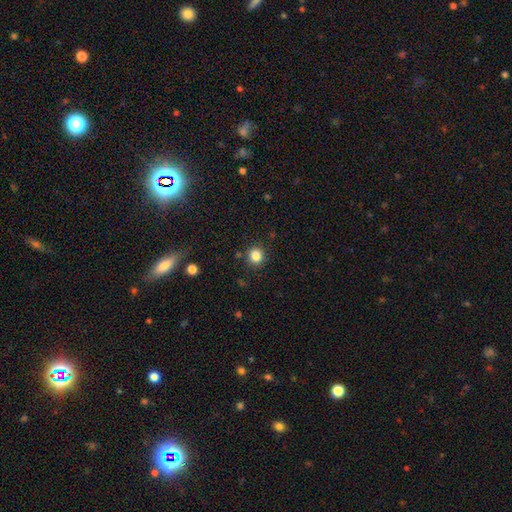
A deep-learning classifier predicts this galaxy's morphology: Q: Smooth or featured?
A: smooth (84%); runner-up: star or artifact (12%)
Q: How rounded?
A: round (87%); runner-up: in between (12%)
Q: Merging?
A: none (88%); runner-up: minor disturbance (8%)